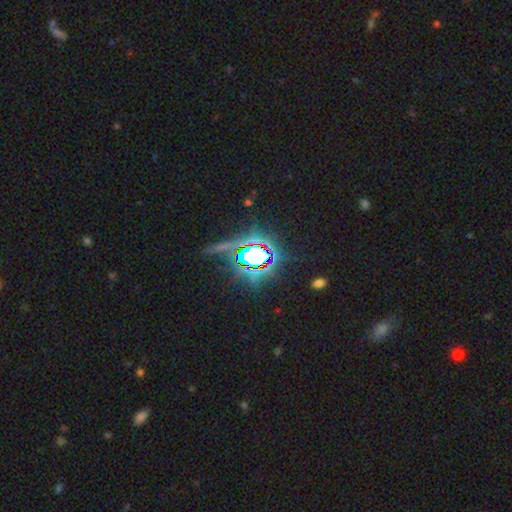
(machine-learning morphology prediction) The model was most divided on "smooth or featured": star or artifact: 72%, smooth: 15%, featured or disk: 13%.